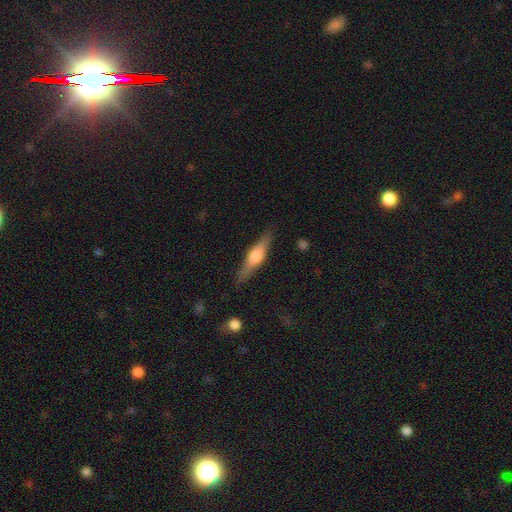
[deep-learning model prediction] Smooth or featured: featured or disk — 59% (smooth — 34%)
Edge-on disk: yes — 95% (no — 5%)
Edge-on bulge: rounded — 83% (boxy — 13%)
Merging: none — 84% (minor disturbance — 11%)